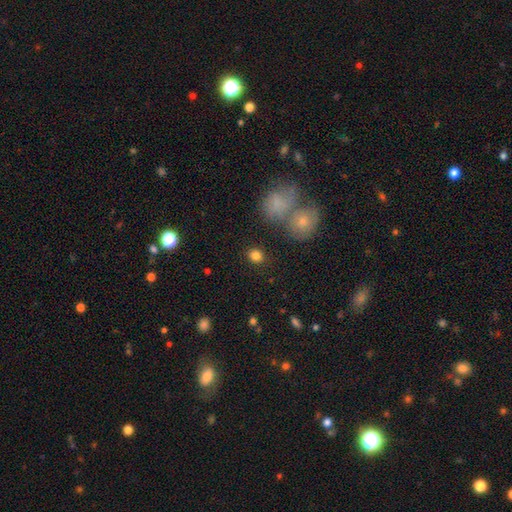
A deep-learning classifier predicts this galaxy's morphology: Smooth or featured?
  - smooth: 83% *
  - star or artifact: 10%
  - featured or disk: 7%
How rounded?
  - round: 71% *
  - in between: 28%
  - cigar-shaped: 1%
Merging?
  - none: 84% *
  - minor disturbance: 8%
  - merger: 5%
  - major disturbance: 3%